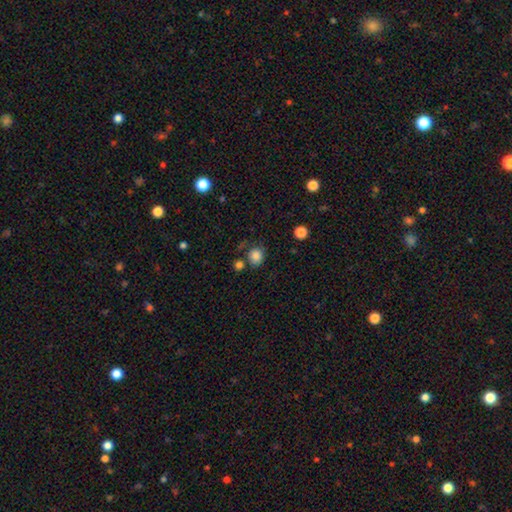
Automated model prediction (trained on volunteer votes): The model was most divided on "merging": none: 67%, minor disturbance: 16%, merger: 11%, major disturbance: 6%. More confident: smooth or featured — smooth (83%); how rounded — round (78%).